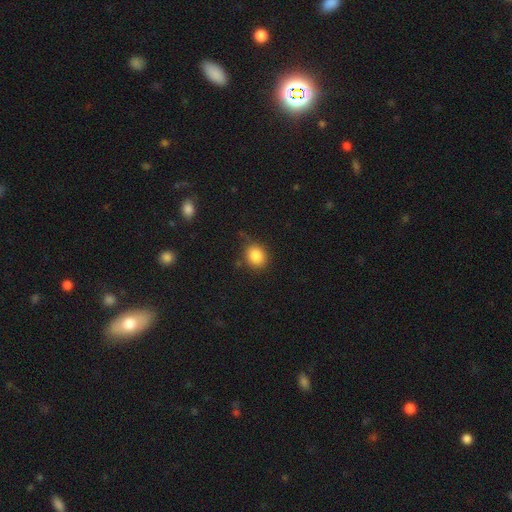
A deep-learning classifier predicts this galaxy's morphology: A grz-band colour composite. It shows a smooth galaxy with no disk features (85%) that is round (70%). Merging: none (74%).